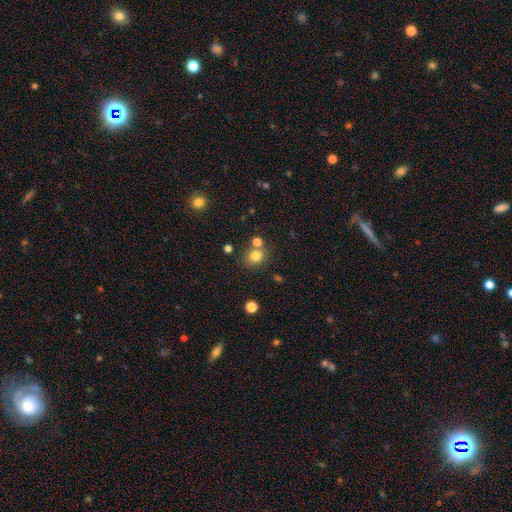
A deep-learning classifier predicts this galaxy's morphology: smooth-or-featured: smooth: 79% | star or artifact: 14% | featured or disk: 7%
  how-rounded: round: 79% | in between: 21% | cigar-shaped: 1%
  merging: none: 68% | merger: 18% | minor disturbance: 10% | major disturbance: 4%